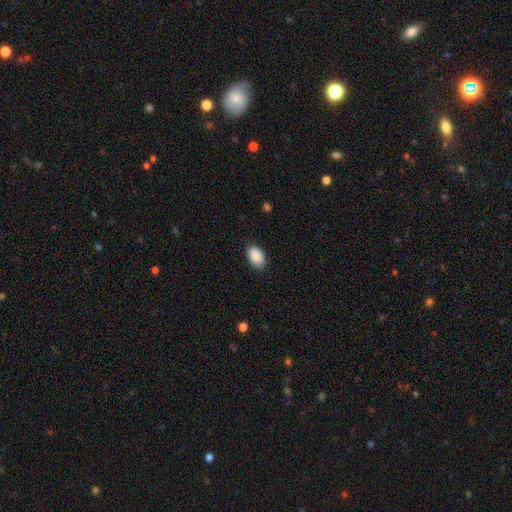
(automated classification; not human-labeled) smooth 90%, star or artifact 7%, featured or disk 4%. Down the decision tree: how rounded — in between (90%); merging — none (83%).